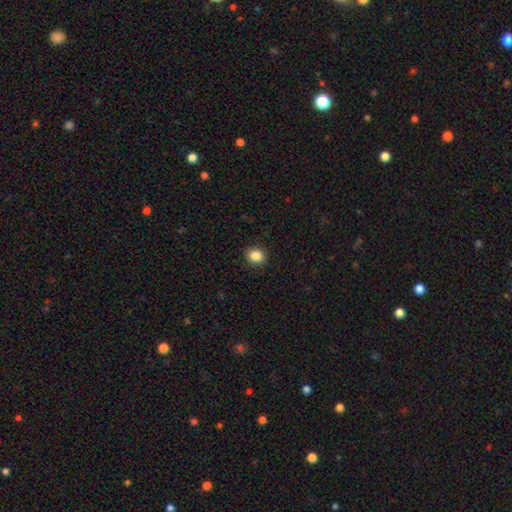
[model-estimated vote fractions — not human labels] The model was most divided on "how rounded": round: 75%, in between: 24%, cigar-shaped: 1%. More confident: merging — none (91%); smooth or featured — smooth (86%).